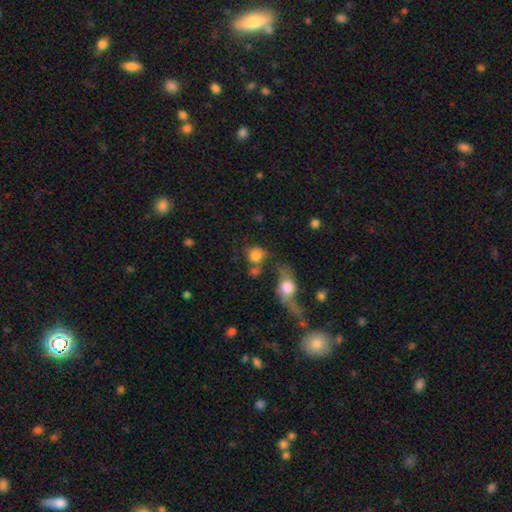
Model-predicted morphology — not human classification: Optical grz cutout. It shows a smooth galaxy with no disk features (79%) that is round (78%). Merging: none (51%).